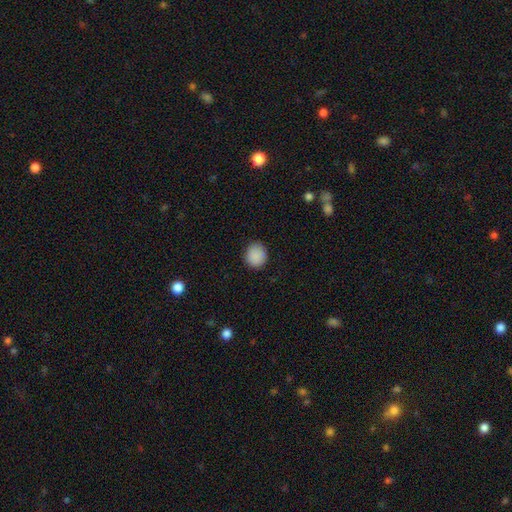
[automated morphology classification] A smooth galaxy with no disk features (89%) that is round (85%). Merging: none (87%).